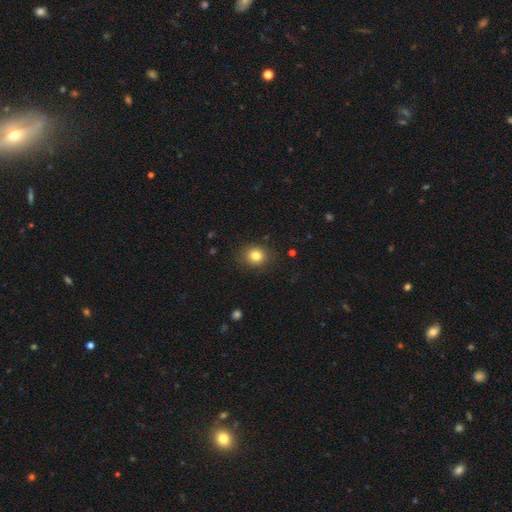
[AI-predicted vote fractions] Smooth or featured?
  - smooth: 82% *
  - star or artifact: 11%
  - featured or disk: 7%
How rounded?
  - round: 78% *
  - in between: 21%
  - cigar-shaped: 1%
Merging?
  - none: 87% *
  - minor disturbance: 9%
  - major disturbance: 3%
  - merger: 1%